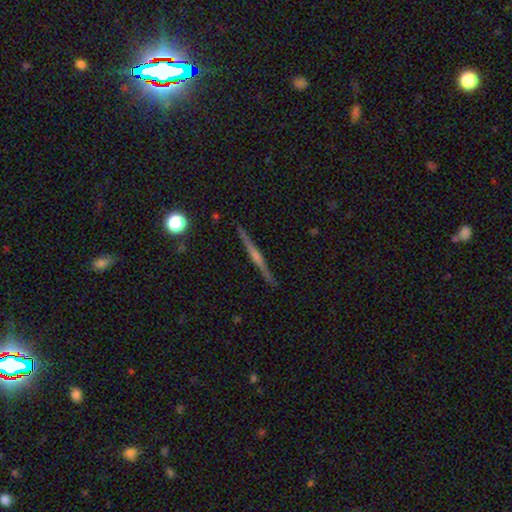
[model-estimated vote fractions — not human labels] Q: Smooth or featured?
A: featured or disk (69%); runner-up: smooth (16%)
Q: Edge-on disk?
A: yes (96%); runner-up: no (4%)
Q: Edge-on bulge?
A: rounded (71%); runner-up: none (19%)
Q: Merging?
A: none (89%); runner-up: minor disturbance (7%)